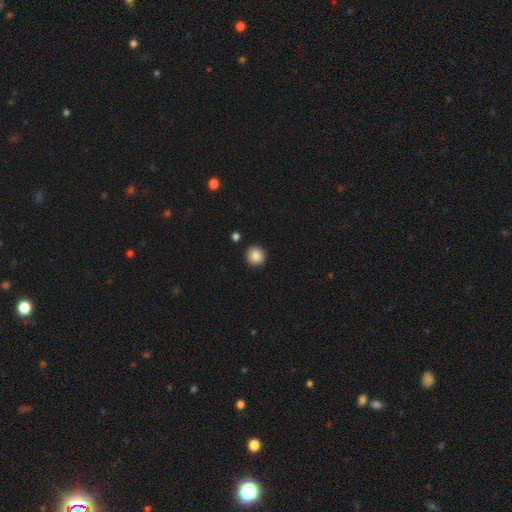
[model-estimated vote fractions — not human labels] This appears to be a smooth galaxy with no disk features (88%) that is round (94%). Merging: none (91%).